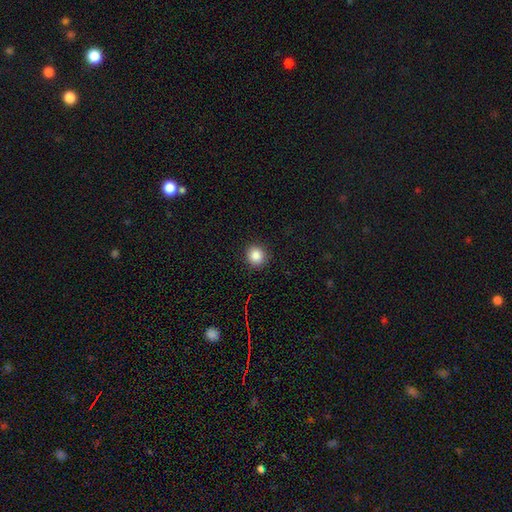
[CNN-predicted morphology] Q: Smooth or featured?
A: smooth (86%); runner-up: star or artifact (10%)
Q: How rounded?
A: round (89%); runner-up: in between (10%)
Q: Merging?
A: none (91%); runner-up: minor disturbance (6%)